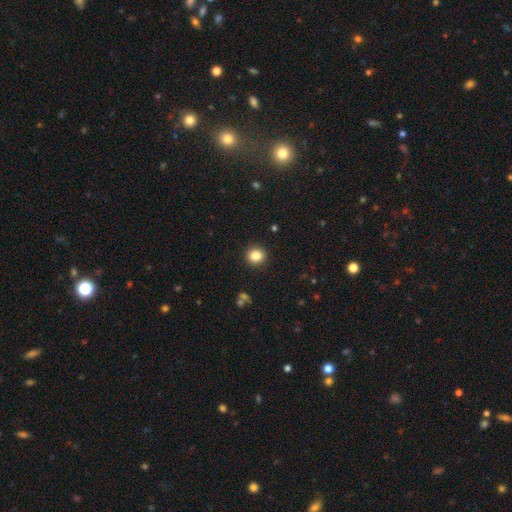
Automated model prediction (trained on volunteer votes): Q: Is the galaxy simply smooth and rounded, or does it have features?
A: smooth — 84%.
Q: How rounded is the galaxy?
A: round — 89%.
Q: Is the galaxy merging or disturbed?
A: none — 92%.